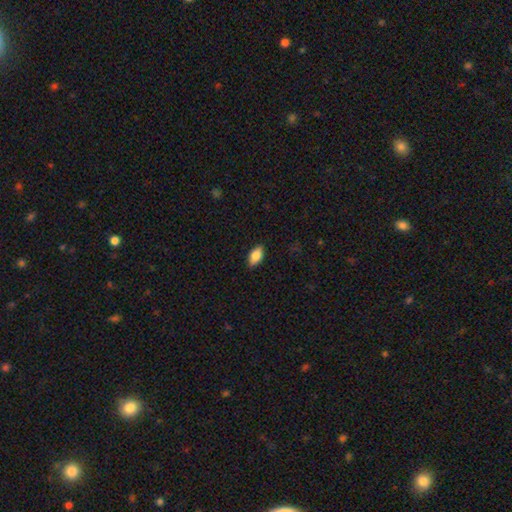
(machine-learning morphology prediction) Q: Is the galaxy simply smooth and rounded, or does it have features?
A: smooth — 80%.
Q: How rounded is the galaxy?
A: in between — 90%.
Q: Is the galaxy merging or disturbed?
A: none — 88%.